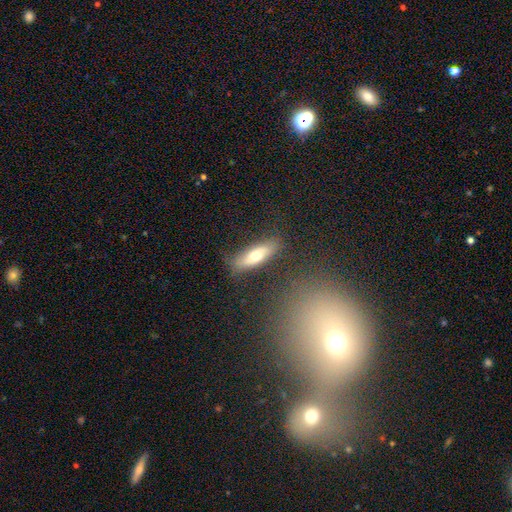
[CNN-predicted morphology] Smooth or featured? smooth (62%)
How rounded? in between (52%)
Merging? none (81%)